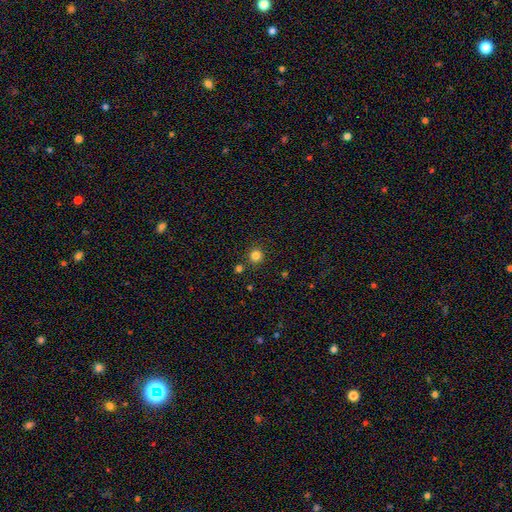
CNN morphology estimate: smooth-or-featured: smooth: 82% | star or artifact: 13% | featured or disk: 4%
  how-rounded: round: 94% | in between: 5% | cigar-shaped: 1%
  merging: none: 85% | minor disturbance: 7% | merger: 6% | major disturbance: 2%